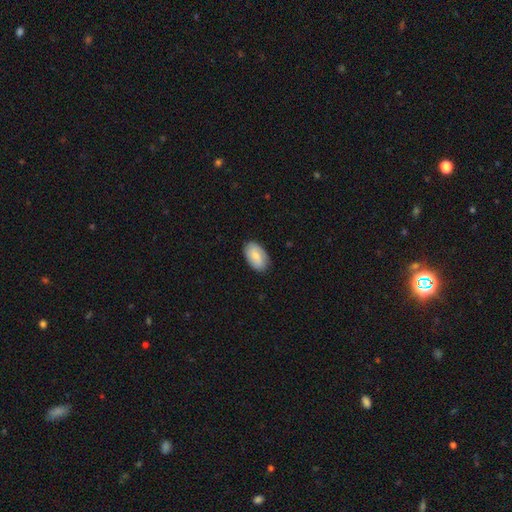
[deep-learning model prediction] smooth 70%, featured or disk 24%, star or artifact 6%. Down the decision tree: how rounded — in between (93%); merging — none (84%).